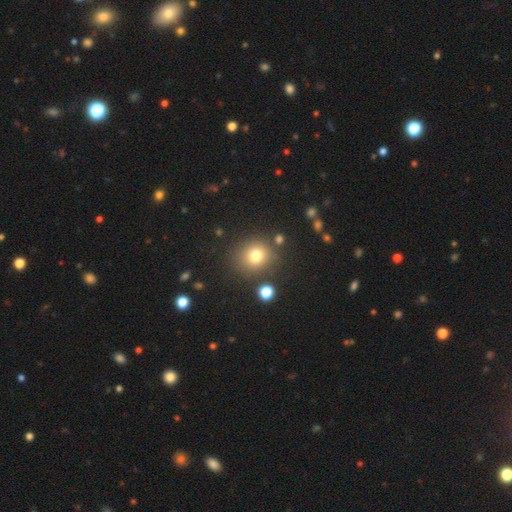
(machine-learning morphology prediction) Overall: smooth (76%). How rounded: round (85%). Merging: none (82%).